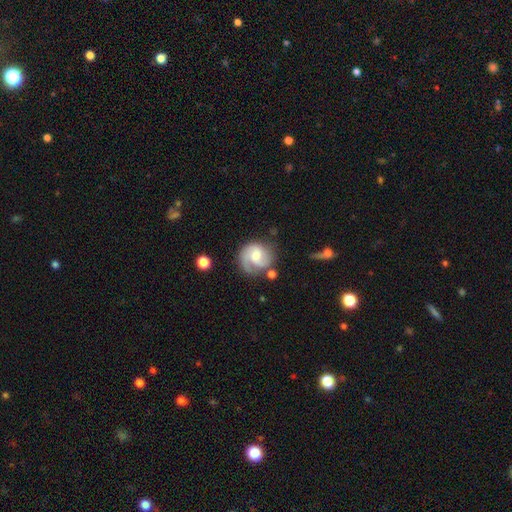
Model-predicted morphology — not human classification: smooth_or_featured: featured or disk (p=0.72) [alt: smooth p=0.21]
disk_edge_on: no (p=0.98) [alt: yes p=0.02]
bar: no (p=0.47) [alt: weak p=0.45]
has_spiral_arms: yes (p=0.93) [alt: no p=0.07]
spiral_winding: medium (p=0.45) [alt: tight p=0.33]
spiral_arm_count: 2 (p=0.58) [alt: 1 p=0.23]
bulge_size: moderate (p=0.48) [alt: small p=0.34]
merging: none (p=0.61) [alt: minor disturbance p=0.21]